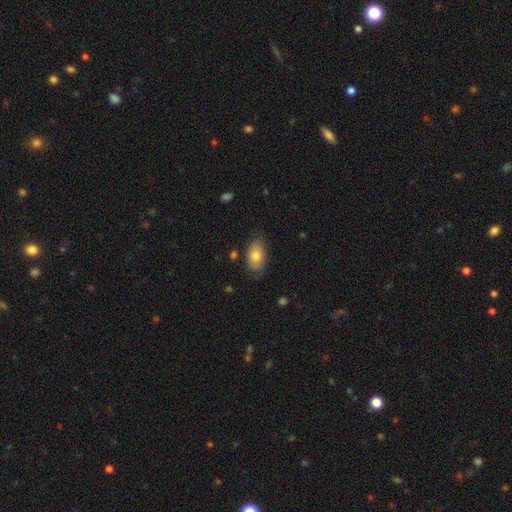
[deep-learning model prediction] Overall: smooth (78%). How rounded: in between (92%). Merging: none (75%).